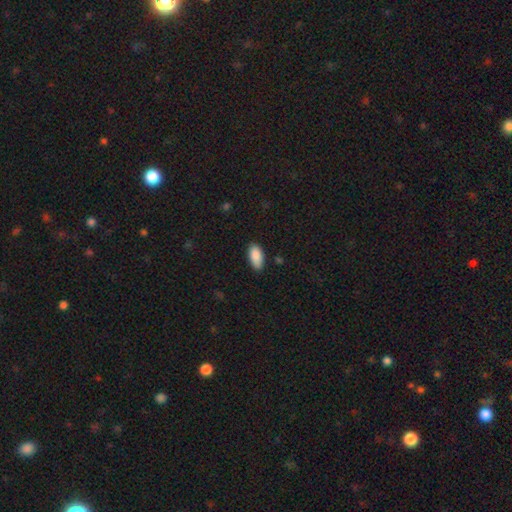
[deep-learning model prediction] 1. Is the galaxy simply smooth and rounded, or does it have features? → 89% smooth, 6% star or artifact, 4% featured or disk.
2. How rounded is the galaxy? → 92% in between, 6% cigar-shaped, 2% round.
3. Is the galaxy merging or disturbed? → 83% none, 14% minor disturbance, 2% major disturbance, 1% merger.